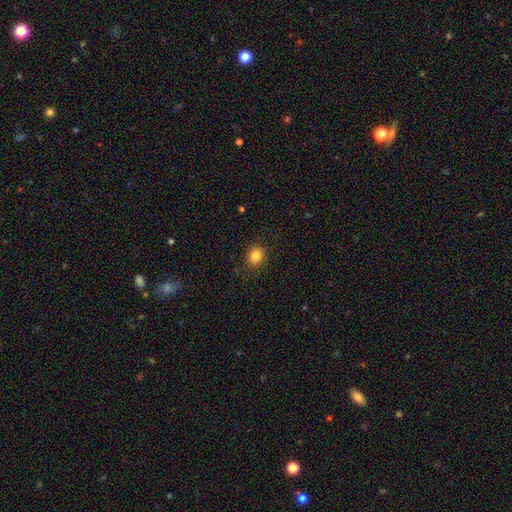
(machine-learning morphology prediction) smooth_or_featured: smooth (p=0.84) [alt: star or artifact p=0.11]
how_rounded: round (p=0.70) [alt: in between p=0.29]
merging: none (p=0.87) [alt: minor disturbance p=0.09]